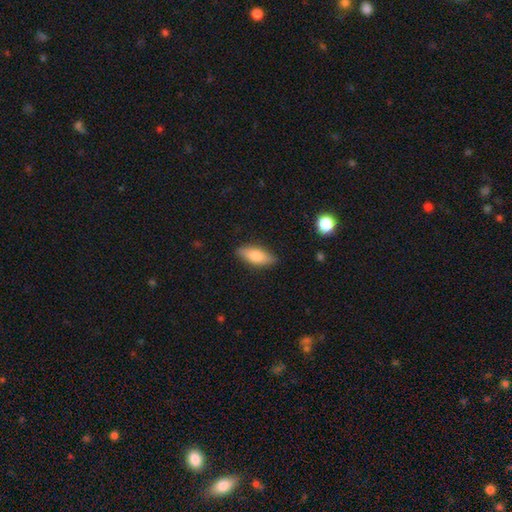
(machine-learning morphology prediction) This appears to be a smooth galaxy with no disk features (75%) that is in between round and cigar-shaped (75%). Merging: none (85%).